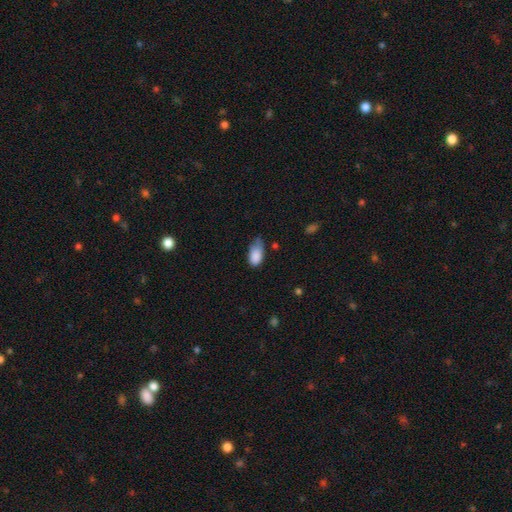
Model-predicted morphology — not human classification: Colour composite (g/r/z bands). It shows a smooth galaxy with no disk features (86%) that is in between round and cigar-shaped (92%). Merging: minor disturbance (49%).